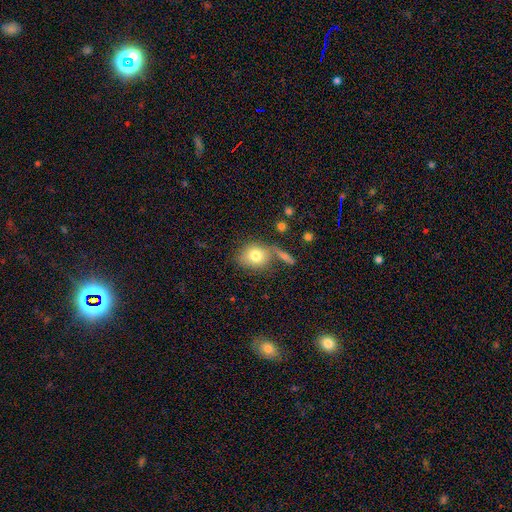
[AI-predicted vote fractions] Smooth or featured? smooth (77%)
How rounded? round (58%)
Merging? none (60%)